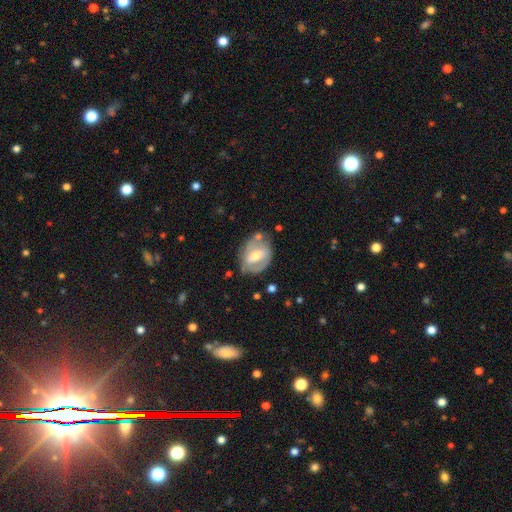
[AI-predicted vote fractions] Smooth or featured?
  - featured or disk: 64% *
  - smooth: 30%
  - star or artifact: 6%
Edge-on disk?
  - no: 95% *
  - yes: 5%
Bar?
  - weak: 42% *
  - strong: 37%
  - no: 21%
Spiral arms?
  - yes: 62% *
  - no: 38%
Bulge size?
  - moderate: 59% *
  - small: 33%
  - large: 5%
  - none: 2%
  - dominant: 1%
Merging?
  - none: 64% *
  - minor disturbance: 21%
  - major disturbance: 9%
  - merger: 6%